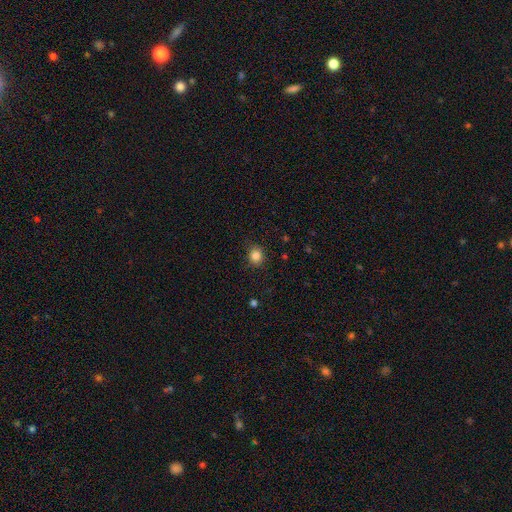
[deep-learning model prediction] This is clearly a smooth galaxy (84%). How rounded: likely round (76%). Merging: clearly none (88%).